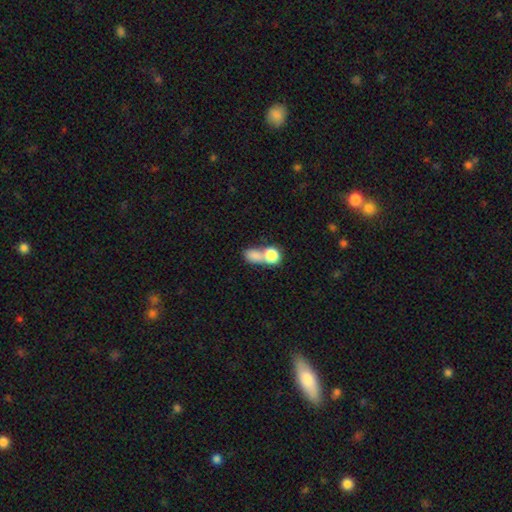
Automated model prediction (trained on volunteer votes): A smooth galaxy with no disk features (77%) that is in between round and cigar-shaped (57%).

Vote fractions:
- Smooth or featured? smooth: 77% / featured or disk: 12% / star or artifact: 11%
- How rounded? in between: 57% / round: 40% / cigar-shaped: 4%
- Merging? merger: 61% / none: 25% / minor disturbance: 7% / major disturbance: 7%